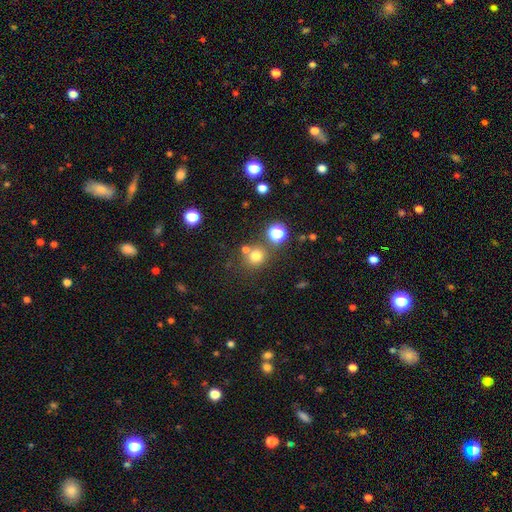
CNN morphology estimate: smooth_or_featured: smooth (p=0.74) [alt: star or artifact p=0.19]
how_rounded: round (p=0.88) [alt: in between p=0.11]
merging: none (p=0.71) [alt: merger p=0.15]